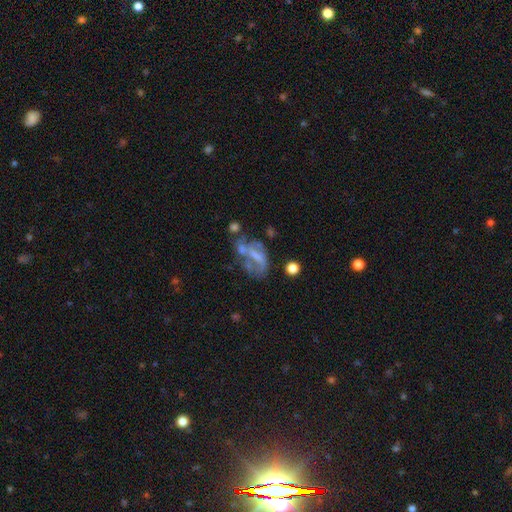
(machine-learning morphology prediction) Overall: featured or disk (57%; smooth 29%). Edge-on disk: no (95%). Bar: no (56%; weak 27%). Spiral arms: no (70%; yes 30%). Bulge size: none (55%; small 21%). Merging: major disturbance (34%; none 26%).